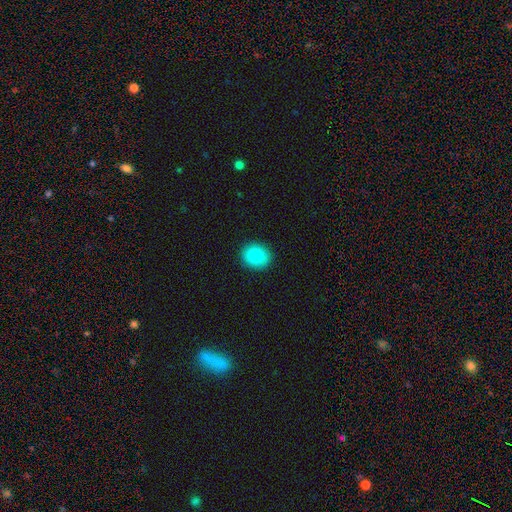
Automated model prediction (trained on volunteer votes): A smooth galaxy with no disk features (86%) that is round (71%). Merging: none (91%).